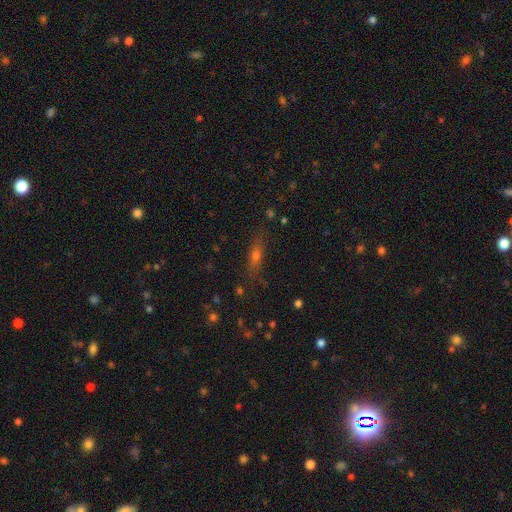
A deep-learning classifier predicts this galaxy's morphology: This appears to be a smooth galaxy with no disk features (51%) that is cigar-shaped (56%). Merging: none (78%).